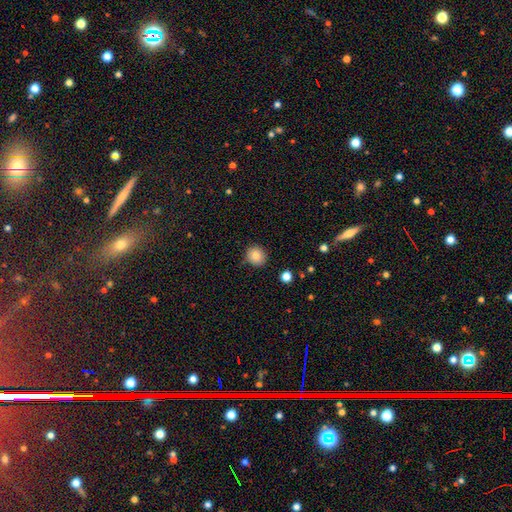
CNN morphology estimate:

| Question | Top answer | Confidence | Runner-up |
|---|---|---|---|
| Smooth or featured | smooth | 83% | star or artifact (10%) |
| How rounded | round | 88% | in between (11%) |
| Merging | none | 85% | minor disturbance (11%) |